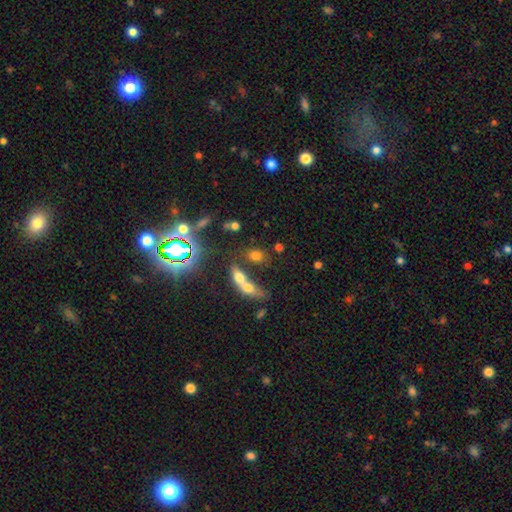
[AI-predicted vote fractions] A smooth galaxy with no disk features (68%) that is in between round and cigar-shaped (61%).

Vote fractions:
- Smooth or featured? smooth: 68% / star or artifact: 20% / featured or disk: 13%
- How rounded? in between: 61% / round: 34% / cigar-shaped: 5%
- Merging? none: 44% / merger: 41% / minor disturbance: 10% / major disturbance: 6%